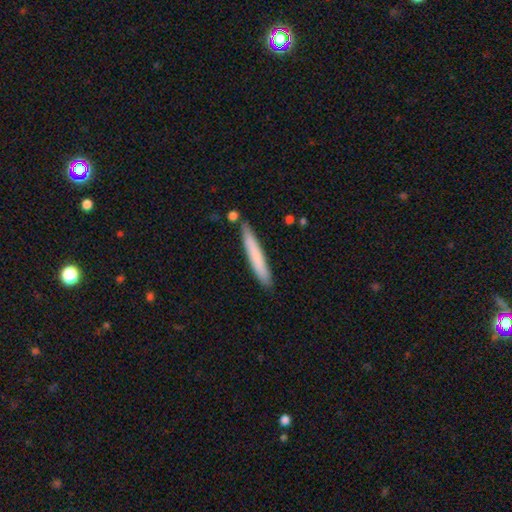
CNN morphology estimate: A smooth galaxy with no disk features (72%) that is cigar-shaped (95%). Merging: none (82%).